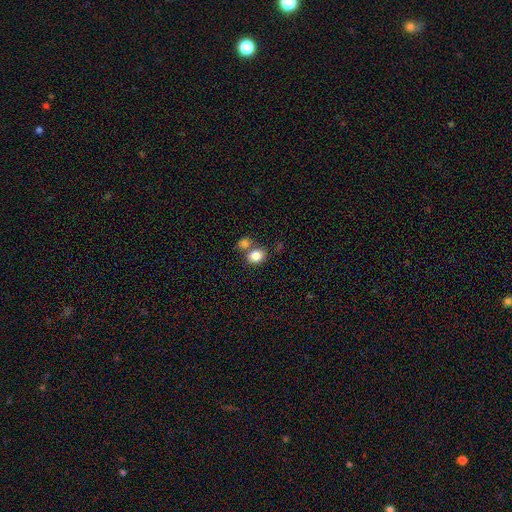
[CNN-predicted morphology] Smooth or featured? smooth (84%)
How rounded? round (50%)
Merging? none (52%)